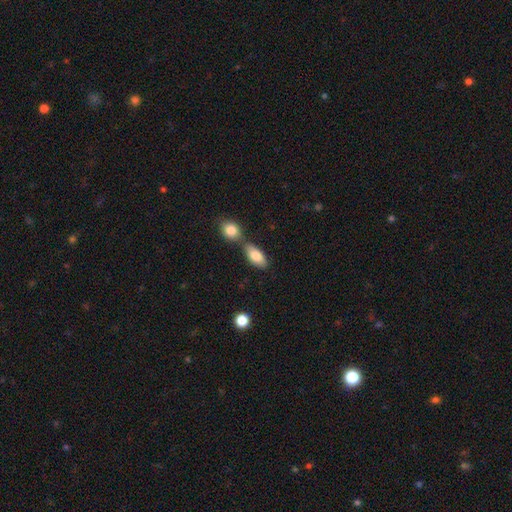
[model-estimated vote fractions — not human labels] Smooth or featured: smooth — 82% (featured or disk — 12%)
How rounded: in between — 88% (cigar-shaped — 8%)
Merging: none — 52% (merger — 33%)